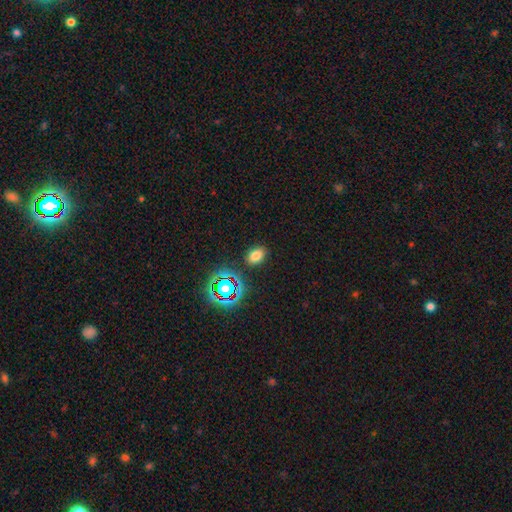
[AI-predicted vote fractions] Smooth or featured?
  - smooth: 74% *
  - star or artifact: 20%
  - featured or disk: 7%
How rounded?
  - in between: 75% *
  - round: 24%
  - cigar-shaped: 1%
Merging?
  - none: 86% *
  - minor disturbance: 9%
  - major disturbance: 3%
  - merger: 2%